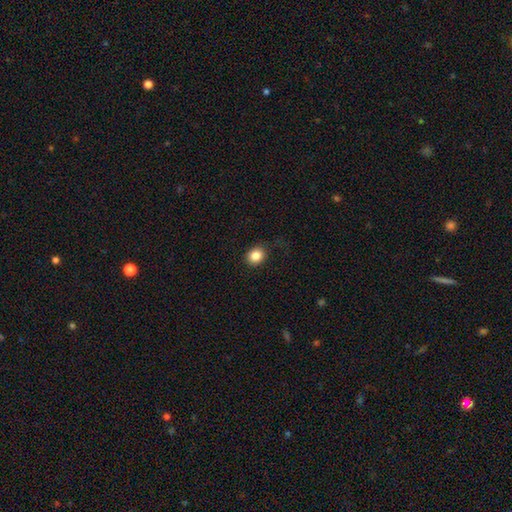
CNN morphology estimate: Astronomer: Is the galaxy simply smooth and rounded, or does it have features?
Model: smooth — 85%.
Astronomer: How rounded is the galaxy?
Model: round — 69%.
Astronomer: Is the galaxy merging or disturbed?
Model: none — 84%.